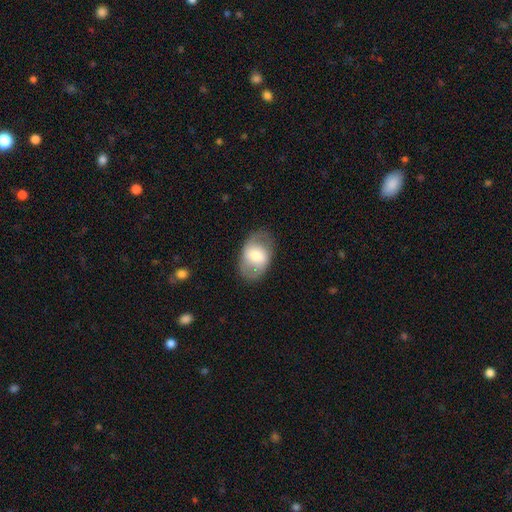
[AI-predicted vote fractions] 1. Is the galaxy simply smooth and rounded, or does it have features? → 53% smooth, 40% featured or disk, 7% star or artifact.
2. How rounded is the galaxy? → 83% in between, 15% round, 1% cigar-shaped.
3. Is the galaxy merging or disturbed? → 76% none, 16% minor disturbance, 7% major disturbance, 1% merger.